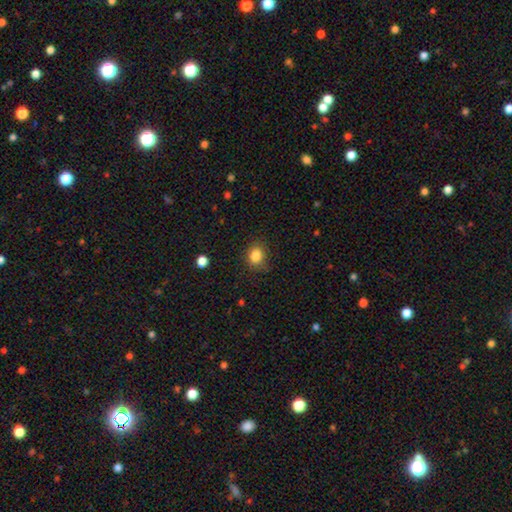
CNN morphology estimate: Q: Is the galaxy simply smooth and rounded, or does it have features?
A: smooth — 84%.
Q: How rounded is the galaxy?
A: round — 67%.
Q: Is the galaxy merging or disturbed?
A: none — 80%.